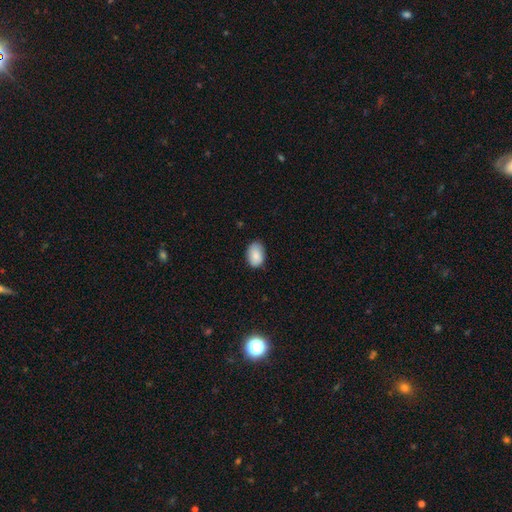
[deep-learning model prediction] A smooth galaxy with no disk features (86%) that is in between round and cigar-shaped (85%).

Vote fractions:
- Smooth or featured? smooth: 86% / featured or disk: 7% / star or artifact: 7%
- How rounded? in between: 85% / round: 14% / cigar-shaped: 1%
- Merging? none: 80% / minor disturbance: 16% / major disturbance: 3% / merger: 1%